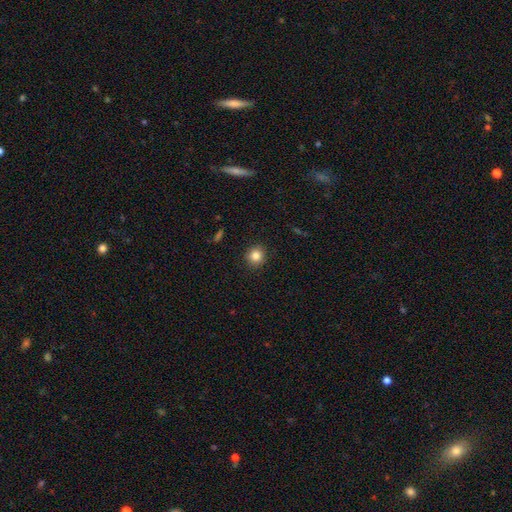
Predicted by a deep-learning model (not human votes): Smooth or featured? Predicted: smooth (p=0.84). How rounded? Predicted: round (p=0.91). Merging? Predicted: none (p=0.91).